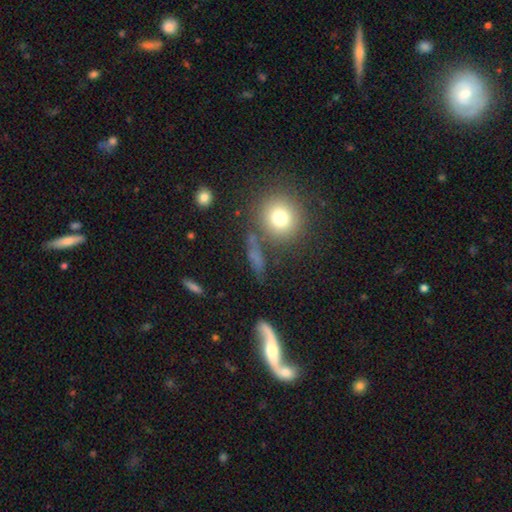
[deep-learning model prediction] Smooth or featured? smooth (44%)
Merging? none (63%)